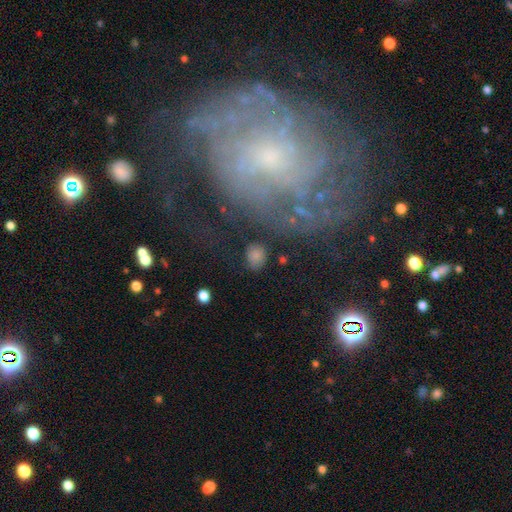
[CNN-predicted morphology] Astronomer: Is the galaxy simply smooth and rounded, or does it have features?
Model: smooth — 78%.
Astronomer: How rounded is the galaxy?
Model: round — 66%.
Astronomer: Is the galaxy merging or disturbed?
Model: none — 75%.